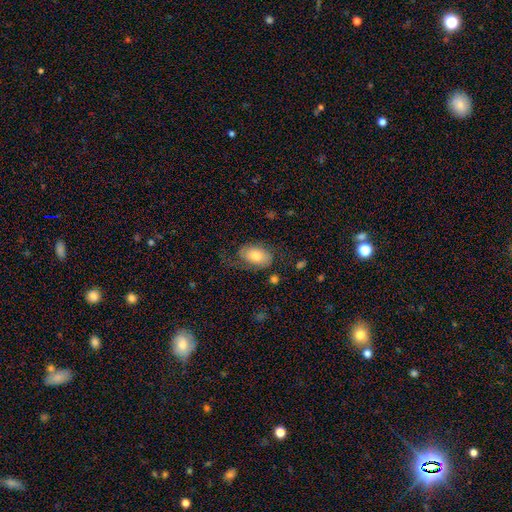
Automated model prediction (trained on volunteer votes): smooth-or-featured: smooth: 67% | featured or disk: 26% | star or artifact: 7%
  how-rounded: in between: 90% | round: 8% | cigar-shaped: 2%
  merging: none: 53% | minor disturbance: 24% | major disturbance: 21% | merger: 2%